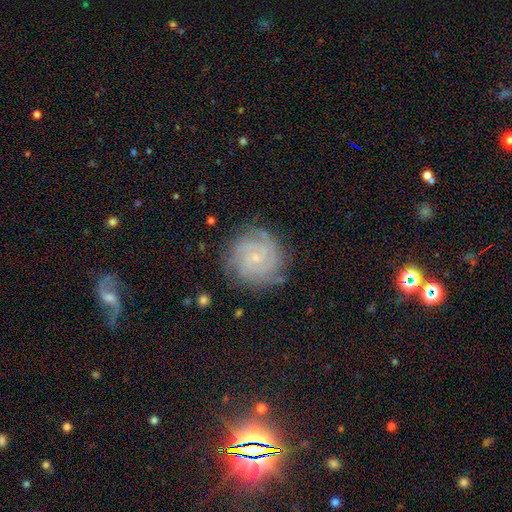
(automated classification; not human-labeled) smooth-or-featured: featured or disk: 77% | smooth: 12% | star or artifact: 11%
  disk-edge-on: no: 98% | yes: 2%
    bar: no: 71% | weak: 24% | strong: 5%
    has-spiral-arms: yes: 97% | no: 3%
      spiral-winding: tight: 77% | medium: 20% | loose: 4%
      spiral-arm-count: can't tell: 26% | 3: 22% | 4: 21% | 2: 15% | more than 4: 9% | 1: 8%
    bulge-size: small: 83% | moderate: 11% | none: 4% | large: 1% | dominant: 1%
  merging: none: 83% | minor disturbance: 12% | major disturbance: 4% | merger: 1%